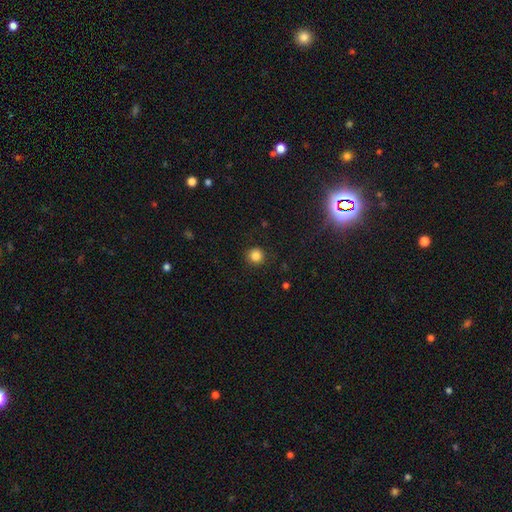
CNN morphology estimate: This is clearly a smooth galaxy (84%). How rounded: clearly round (94%). Merging: clearly none (90%).